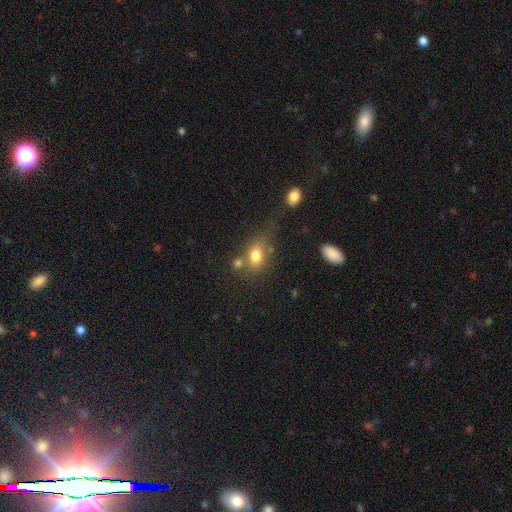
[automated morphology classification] A smooth galaxy with no disk features (76%) that is in between round and cigar-shaped (70%).

Vote fractions:
- Smooth or featured? smooth: 76% / featured or disk: 13% / star or artifact: 12%
- How rounded? in between: 70% / round: 27% / cigar-shaped: 3%
- Merging? none: 50% / merger: 21% / minor disturbance: 19% / major disturbance: 10%